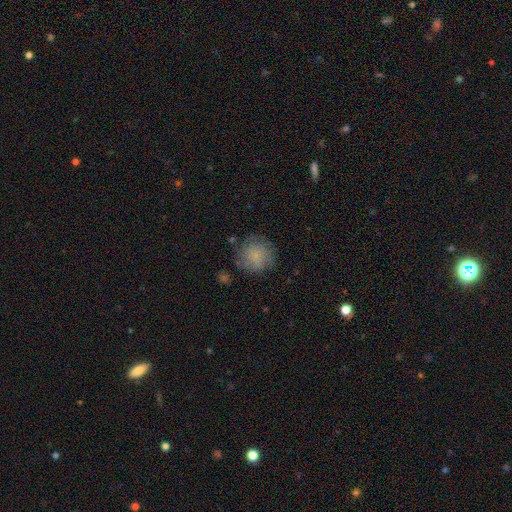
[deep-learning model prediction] smooth-or-featured: smooth: 72% | featured or disk: 19% | star or artifact: 10%
  how-rounded: round: 91% | in between: 8% | cigar-shaped: 1%
  merging: none: 74% | minor disturbance: 17% | major disturbance: 7% | merger: 2%